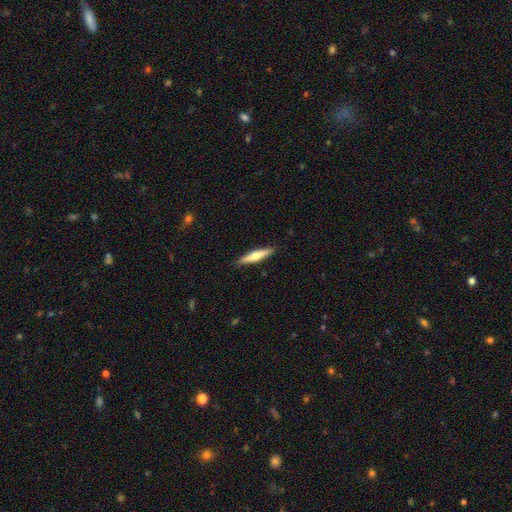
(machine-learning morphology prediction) Smooth or featured?
  - smooth: 51% *
  - featured or disk: 43%
  - star or artifact: 5%
How rounded?
  - cigar-shaped: 88% *
  - in between: 10%
  - round: 1%
Merging?
  - none: 90% *
  - minor disturbance: 7%
  - major disturbance: 1%
  - merger: 1%